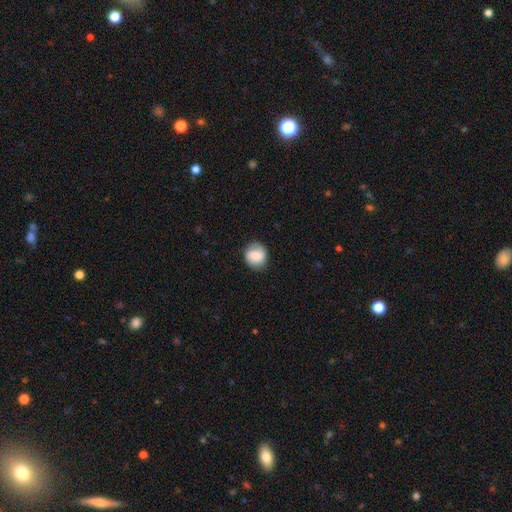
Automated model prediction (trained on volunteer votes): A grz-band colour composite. It shows a smooth galaxy with no disk features (72%) that is round (78%). Merging: none (79%).